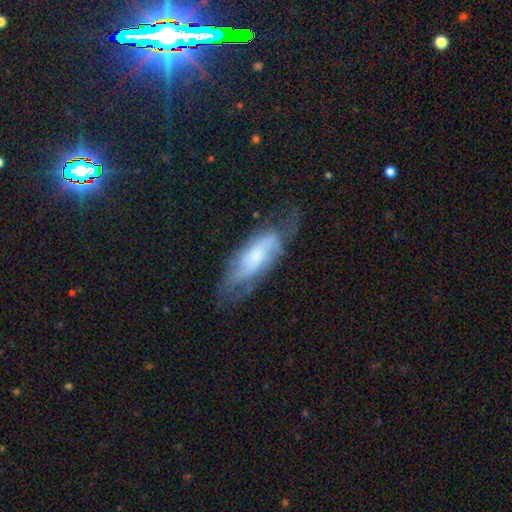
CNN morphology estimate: The model was most divided on "merging": none: 53%, minor disturbance: 27%, major disturbance: 18%, merger: 2%. More confident: edge-on disk — no (82%); smooth or featured — featured or disk (60%).